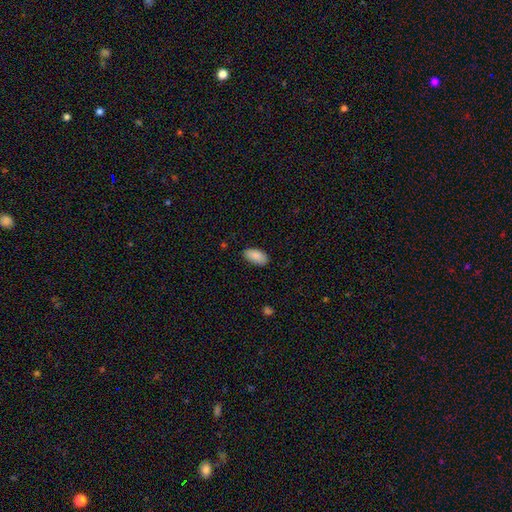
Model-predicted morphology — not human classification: Q: Smooth or featured?
A: smooth (90%); runner-up: star or artifact (7%)
Q: How rounded?
A: in between (94%); runner-up: cigar-shaped (3%)
Q: Merging?
A: none (85%); runner-up: minor disturbance (12%)